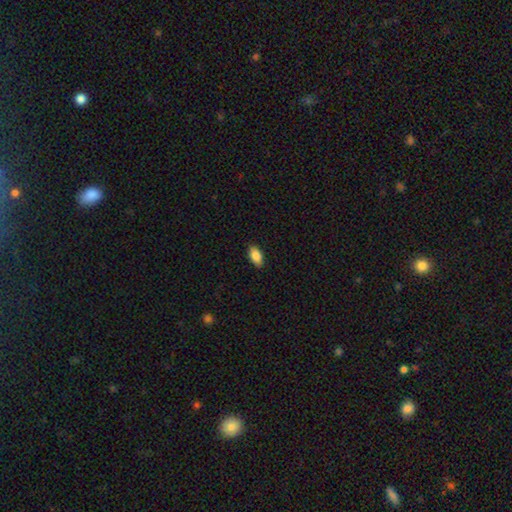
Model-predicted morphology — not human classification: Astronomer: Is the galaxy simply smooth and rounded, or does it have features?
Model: smooth — 88%.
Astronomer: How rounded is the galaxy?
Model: in between — 93%.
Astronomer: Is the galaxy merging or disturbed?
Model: none — 88%.